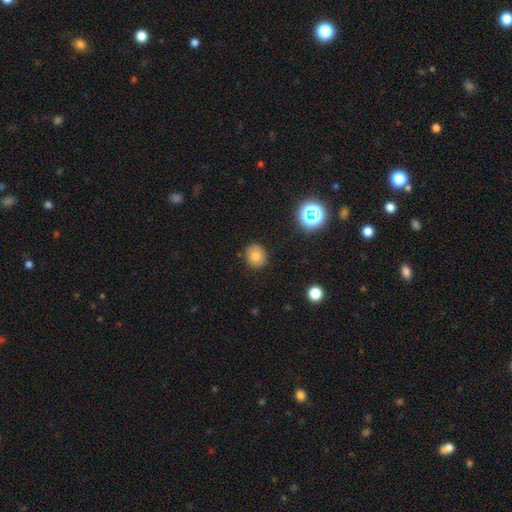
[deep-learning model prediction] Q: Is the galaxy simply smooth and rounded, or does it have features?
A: smooth — 76%.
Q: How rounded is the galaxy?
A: round — 74%.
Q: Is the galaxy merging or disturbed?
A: none — 88%.